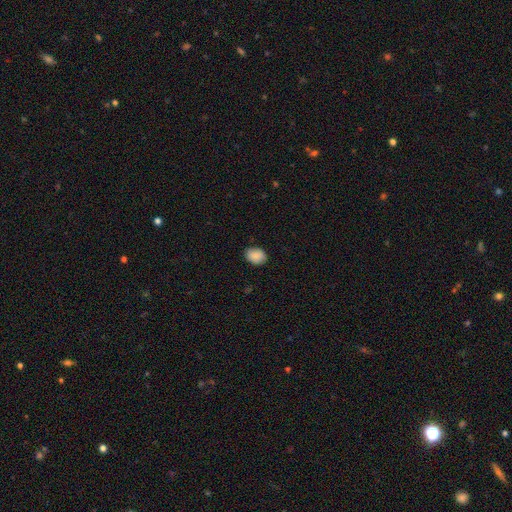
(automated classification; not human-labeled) smooth-or-featured: smooth: 89% | star or artifact: 7% | featured or disk: 4%
  how-rounded: in between: 70% | round: 29% | cigar-shaped: 1%
  merging: none: 86% | minor disturbance: 11% | major disturbance: 2% | merger: 1%